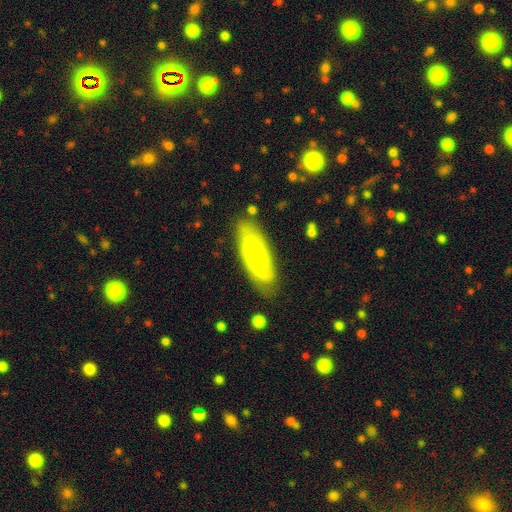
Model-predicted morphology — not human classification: type=featured or disk (57%); edge-on=no (86%); merging=none (76%).